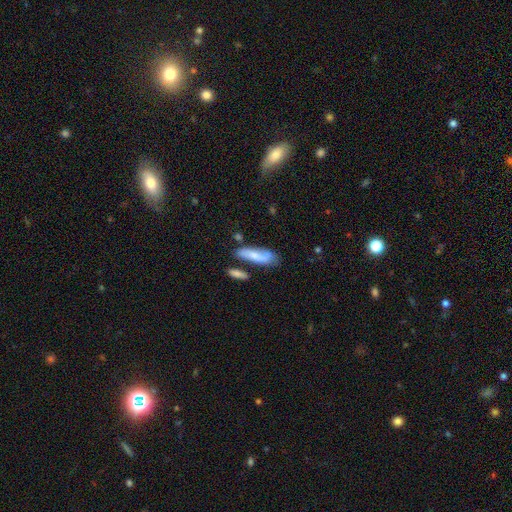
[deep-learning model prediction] Smooth or featured? smooth (61%)
How rounded? cigar-shaped (51%)
Merging? none (55%)